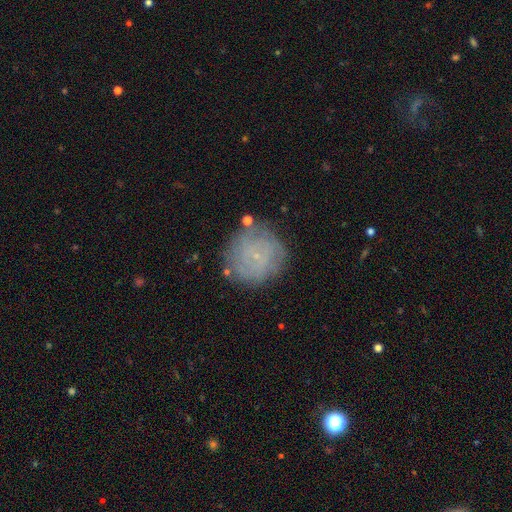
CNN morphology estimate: Smooth or featured: smooth — 47% (featured or disk — 39%)
Merging: none — 79% (minor disturbance — 13%)